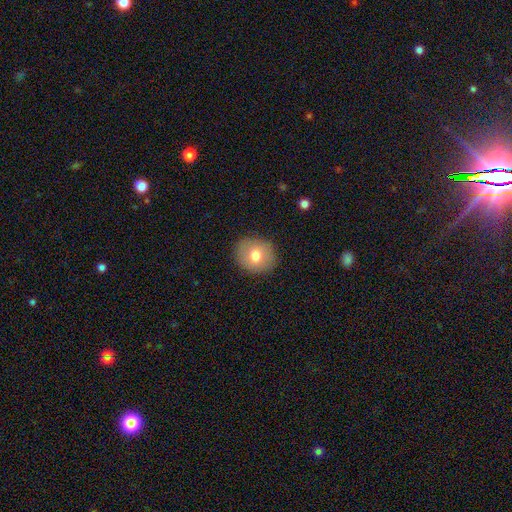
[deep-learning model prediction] Q: Smooth or featured?
A: smooth (74%); runner-up: featured or disk (18%)
Q: How rounded?
A: round (81%); runner-up: in between (18%)
Q: Merging?
A: none (87%); runner-up: minor disturbance (9%)